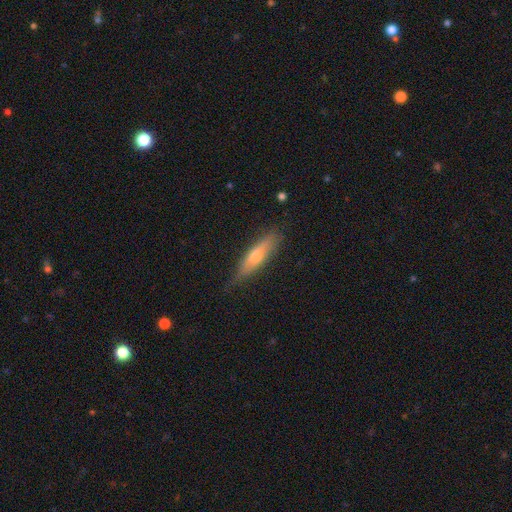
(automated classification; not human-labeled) Q: Smooth or featured?
A: smooth (58%); runner-up: featured or disk (35%)
Q: How rounded?
A: cigar-shaped (77%); runner-up: in between (21%)
Q: Merging?
A: none (76%); runner-up: minor disturbance (19%)